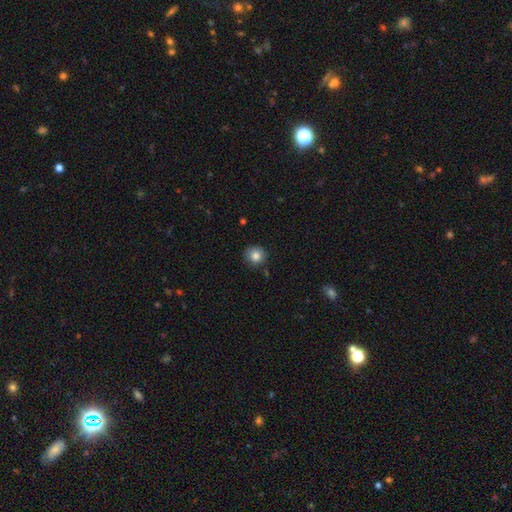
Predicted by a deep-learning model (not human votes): Morphology: type=smooth (83%); roundness=round (92%); merging=none (86%).